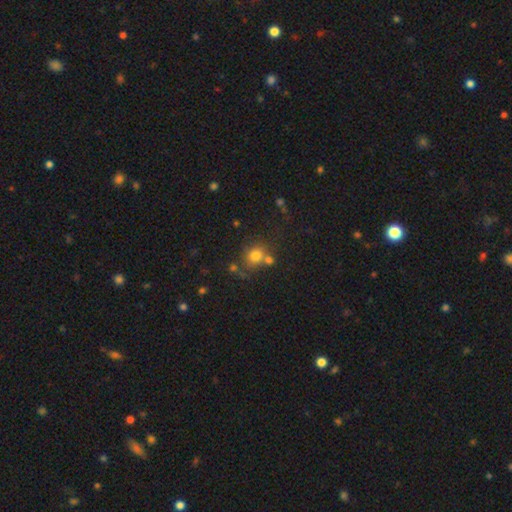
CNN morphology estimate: This is likely a smooth galaxy (76%). How rounded: likely round (77%). Merging: possibly none (56%).